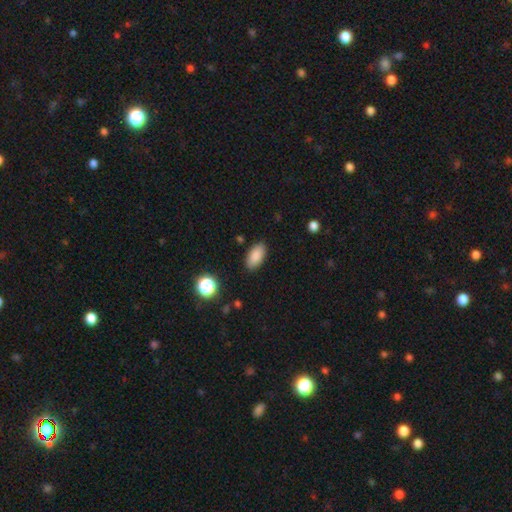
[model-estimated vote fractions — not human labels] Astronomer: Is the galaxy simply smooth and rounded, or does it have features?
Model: smooth — 87%.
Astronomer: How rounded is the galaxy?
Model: in between — 92%.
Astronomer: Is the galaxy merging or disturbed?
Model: none — 87%.